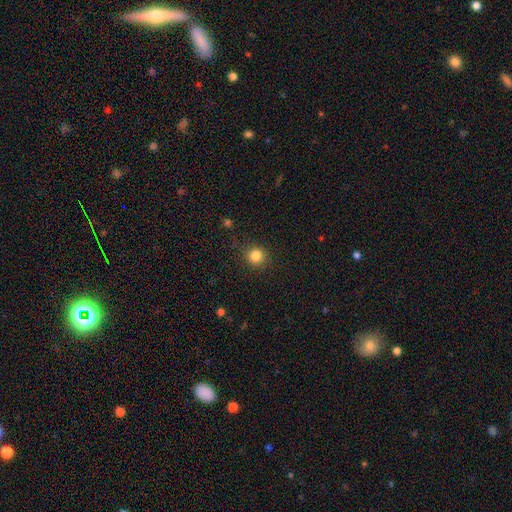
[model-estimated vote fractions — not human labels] smooth-or-featured: smooth: 84% | star or artifact: 12% | featured or disk: 4%
  how-rounded: round: 89% | in between: 10% | cigar-shaped: 1%
  merging: none: 88% | minor disturbance: 8% | major disturbance: 3% | merger: 1%